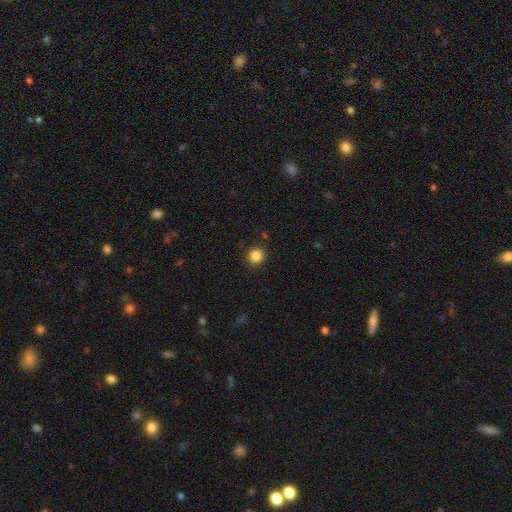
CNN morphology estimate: Smooth or featured? Predicted: smooth (p=0.85). How rounded? Predicted: round (p=0.91). Merging? Predicted: none (p=0.90).